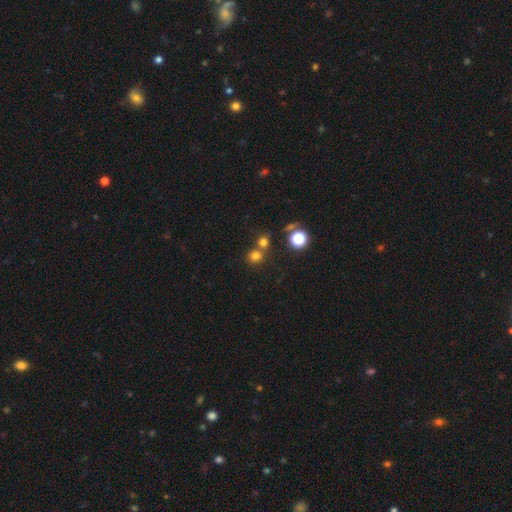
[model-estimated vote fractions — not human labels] Overall: smooth (73%). How rounded: round (87%). Merging: none (61%; merger 30%).